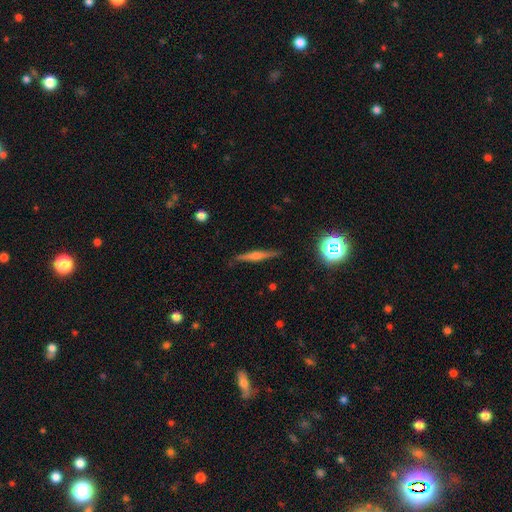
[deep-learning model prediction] Smooth or featured? Predicted: featured or disk (p=0.61). Edge-on disk? Predicted: yes (p=0.97). Edge-on bulge? Predicted: rounded (p=0.73). Merging? Predicted: none (p=0.89).